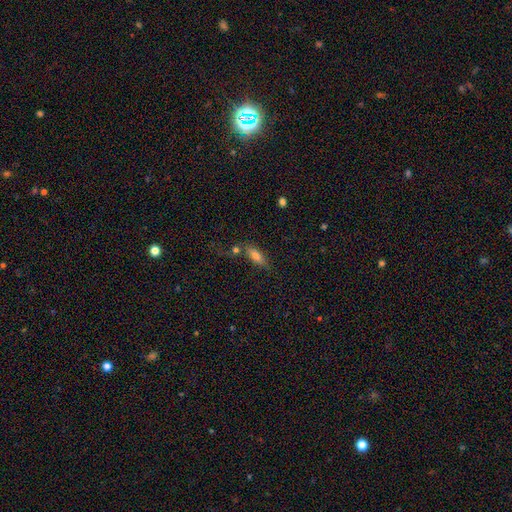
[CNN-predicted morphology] Smooth or featured?
  - smooth: 73% *
  - featured or disk: 17%
  - star or artifact: 10%
How rounded?
  - in between: 66% *
  - cigar-shaped: 31%
  - round: 4%
Merging?
  - none: 59% *
  - merger: 18%
  - minor disturbance: 16%
  - major disturbance: 8%